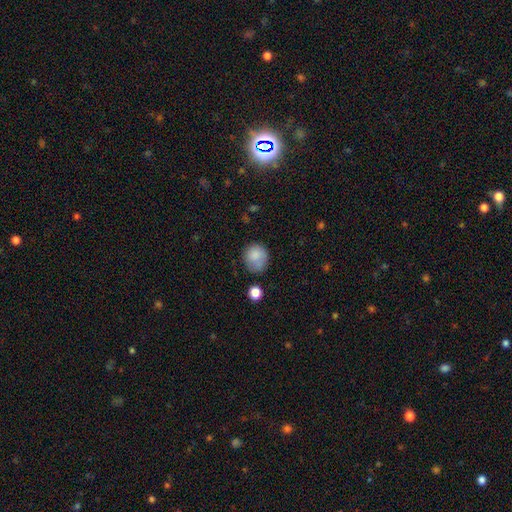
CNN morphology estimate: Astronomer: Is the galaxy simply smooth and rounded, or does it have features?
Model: smooth — 83%.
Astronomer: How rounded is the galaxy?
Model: round — 80%.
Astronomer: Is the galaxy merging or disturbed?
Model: none — 60%.